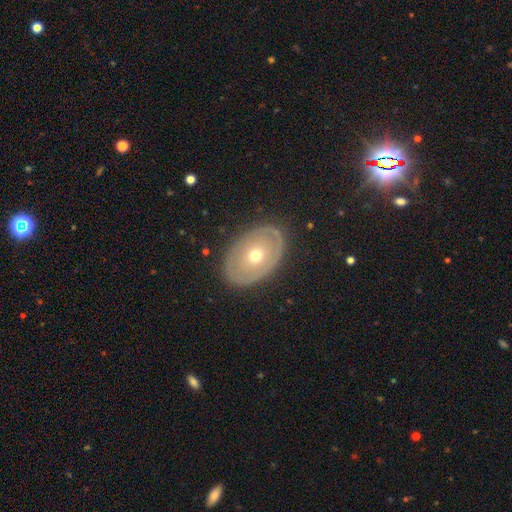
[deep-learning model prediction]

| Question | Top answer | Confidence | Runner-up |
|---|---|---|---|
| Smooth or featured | featured or disk | 53% | smooth (41%) |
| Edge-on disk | no | 90% | yes (10%) |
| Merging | none | 83% | minor disturbance (12%) |